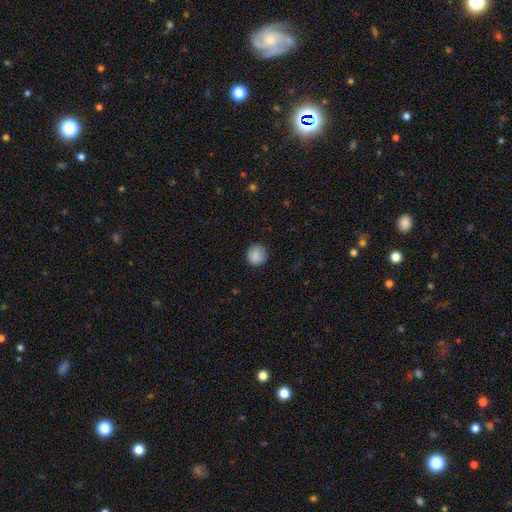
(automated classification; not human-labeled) Smooth or featured? Predicted: smooth (p=0.87). How rounded? Predicted: round (p=0.89). Merging? Predicted: none (p=0.88).